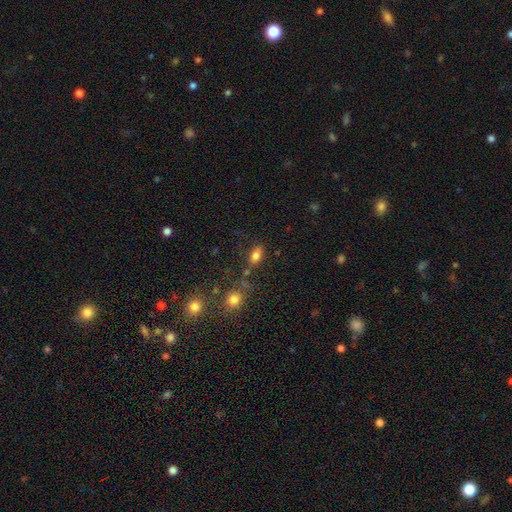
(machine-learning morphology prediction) This is likely a smooth galaxy (80%). How rounded: clearly in between (82%). Merging: likely none (67%).